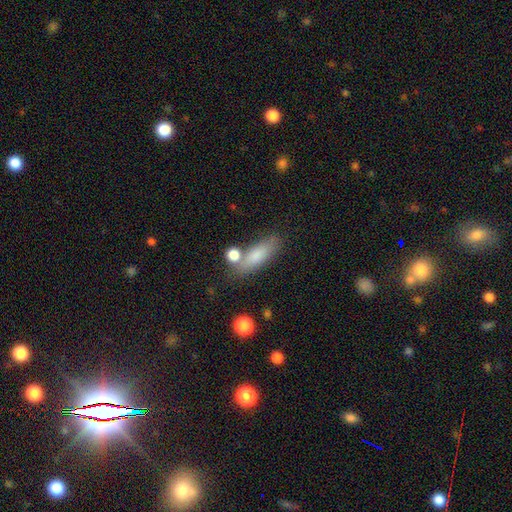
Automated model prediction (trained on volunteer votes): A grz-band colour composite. It shows a smooth galaxy with no disk features (75%) that is in between round and cigar-shaped (50%). Merging: none (64%).